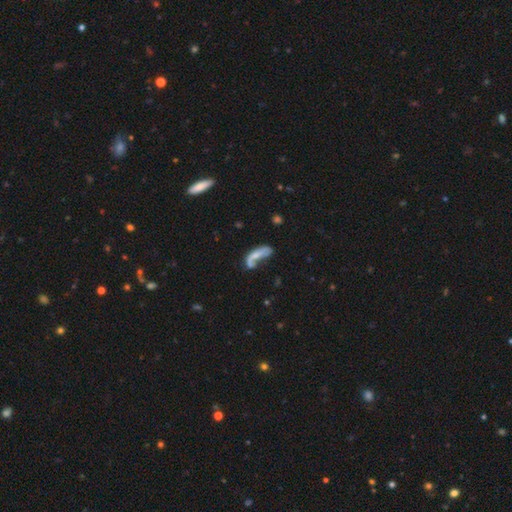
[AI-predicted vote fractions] smooth 47%, featured or disk 43%, star or artifact 9%. Down the decision tree: merging — major disturbance (31%).